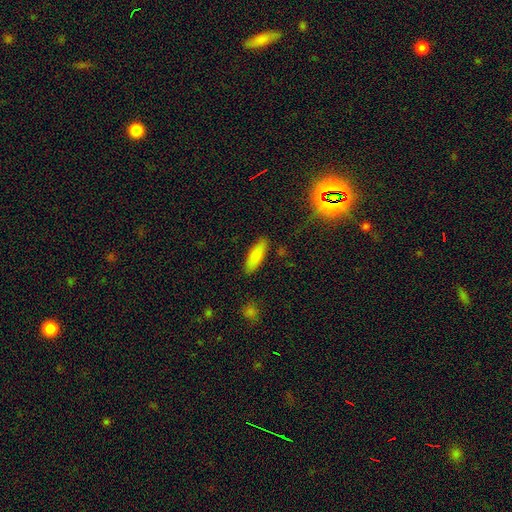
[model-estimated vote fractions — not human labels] Morphology: type=smooth (84%); roundness=in between (56%); merging=none (87%).